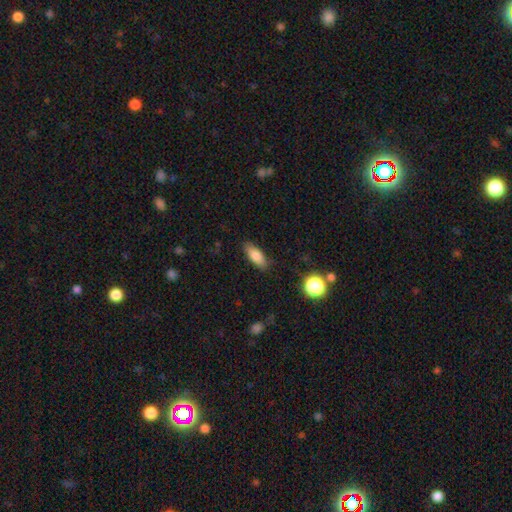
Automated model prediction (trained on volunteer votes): This is clearly a smooth galaxy (81%). How rounded: likely in between (73%). Merging: clearly none (84%).